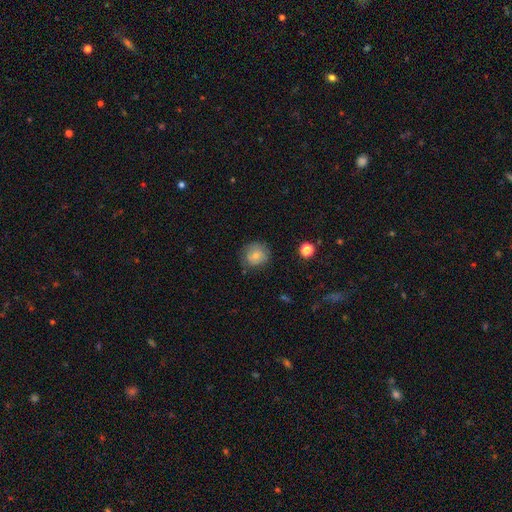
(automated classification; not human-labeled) Morphology: type=smooth (67%); roundness=round (83%); merging=none (69%).